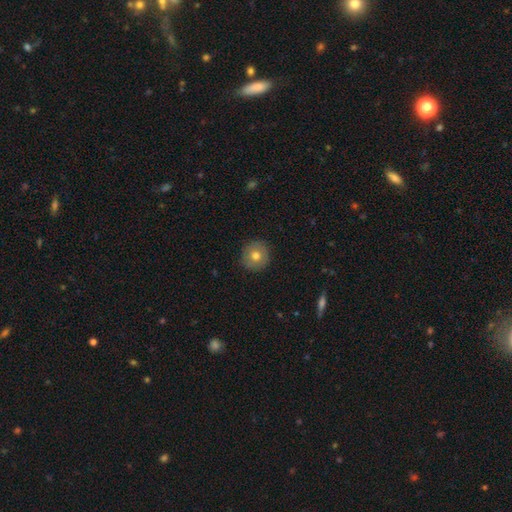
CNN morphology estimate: smooth 74%, featured or disk 17%, star or artifact 9%. Down the decision tree: how rounded — round (94%); merging — none (89%).